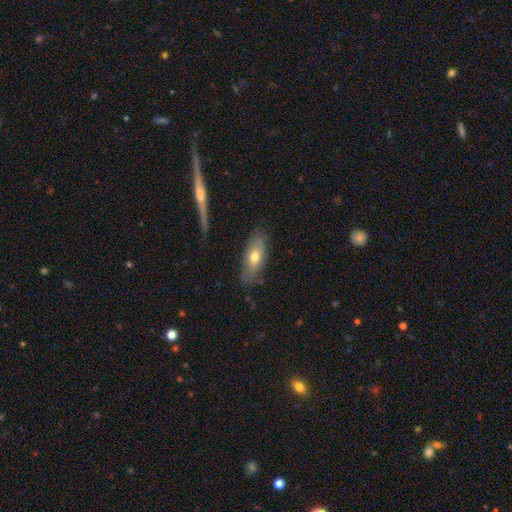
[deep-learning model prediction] Overall: smooth (53%; featured or disk 39%). How rounded: in between (69%). Merging: none (79%).